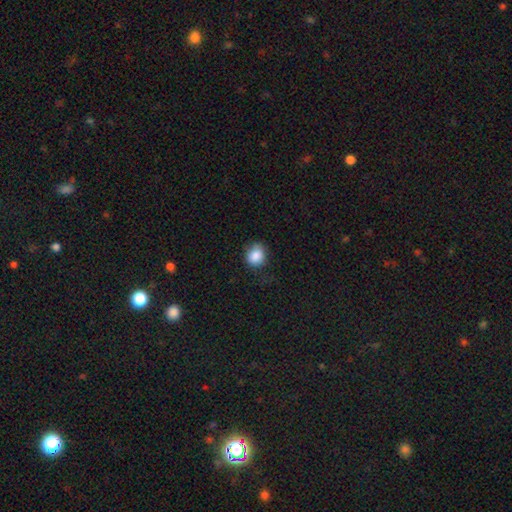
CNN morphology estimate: Smooth or featured? smooth (86%)
How rounded? round (77%)
Merging? none (69%)